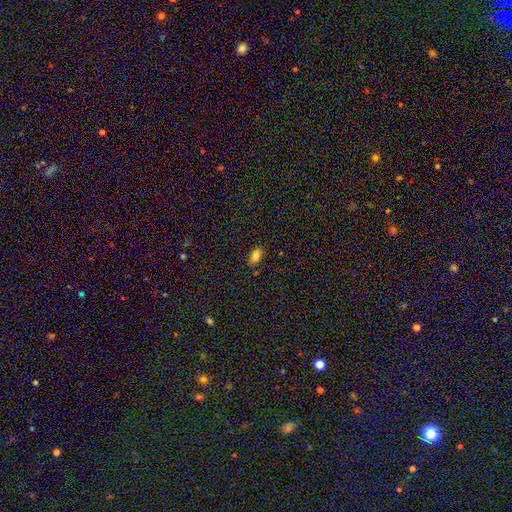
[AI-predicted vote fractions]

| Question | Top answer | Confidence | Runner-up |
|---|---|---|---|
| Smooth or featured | smooth | 81% | star or artifact (11%) |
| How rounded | in between | 87% | round (10%) |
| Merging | none | 82% | minor disturbance (14%) |